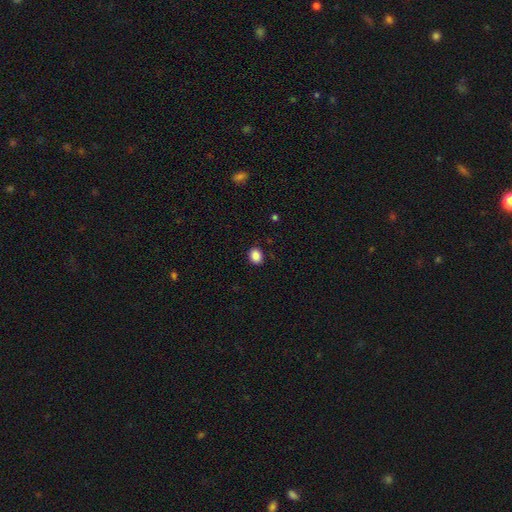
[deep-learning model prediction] Morphology: type=smooth (87%); roundness=round (56%); merging=none (89%).